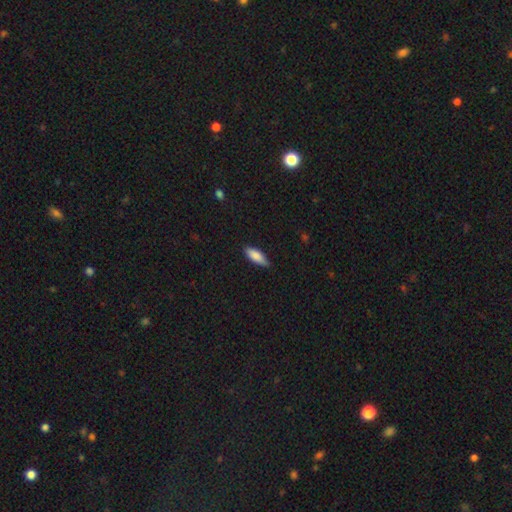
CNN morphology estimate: The model was most divided on "how rounded": in between: 65%, cigar-shaped: 33%, round: 2%. More confident: smooth or featured — smooth (85%); merging — none (80%).